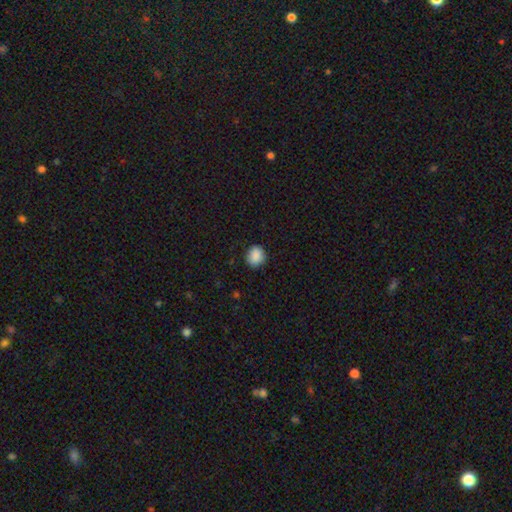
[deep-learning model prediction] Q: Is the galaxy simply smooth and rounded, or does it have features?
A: smooth — 88%.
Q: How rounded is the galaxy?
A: round — 69%.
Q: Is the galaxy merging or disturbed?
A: none — 85%.